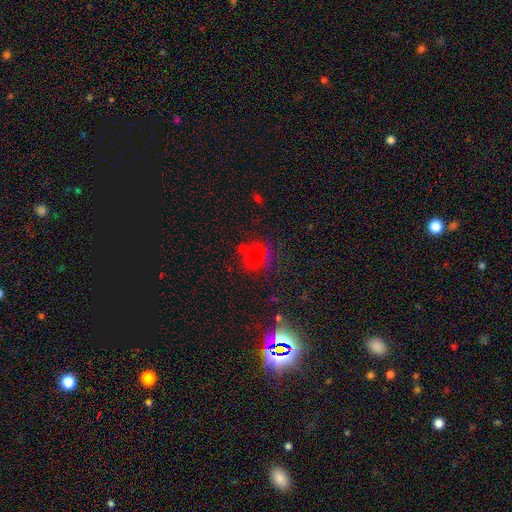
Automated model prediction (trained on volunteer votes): Smooth or featured? star or artifact (46%)